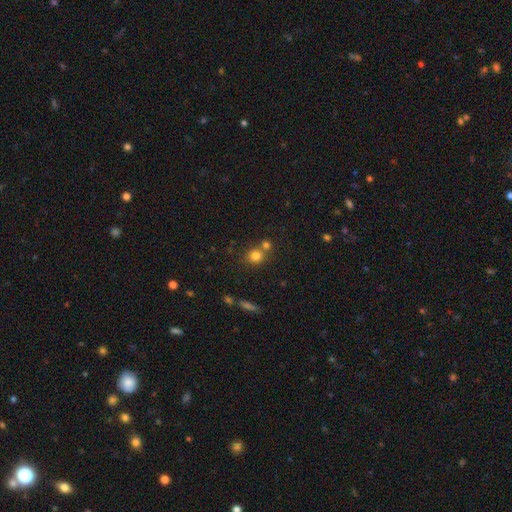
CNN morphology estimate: A smooth galaxy with no disk features (78%) that is round (84%).

Vote fractions:
- Smooth or featured? smooth: 78% / star or artifact: 14% / featured or disk: 8%
- How rounded? round: 84% / in between: 14% / cigar-shaped: 1%
- Merging? none: 57% / merger: 32% / minor disturbance: 8% / major disturbance: 3%